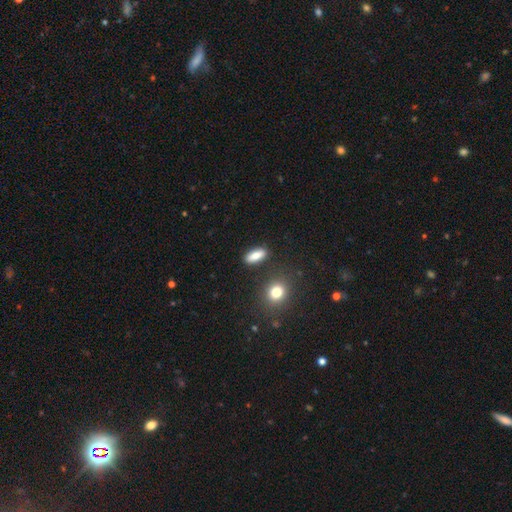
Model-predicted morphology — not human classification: Smooth or featured? Predicted: smooth (p=0.83). How rounded? Predicted: in between (p=0.67). Merging? Predicted: none (p=0.85).